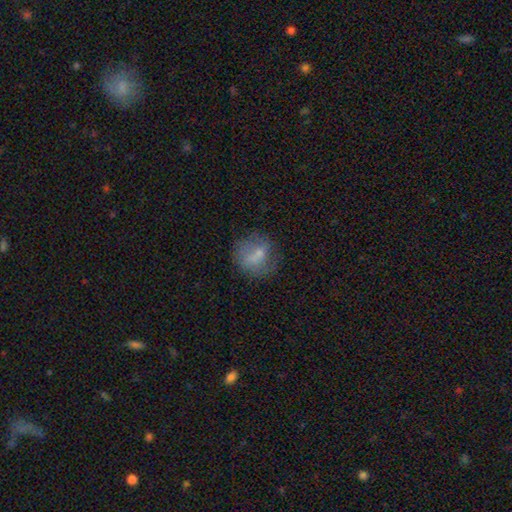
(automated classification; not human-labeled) Smooth or featured: smooth — 63% (featured or disk — 26%)
How rounded: round — 76% (in between — 22%)
Merging: none — 62% (minor disturbance — 21%)